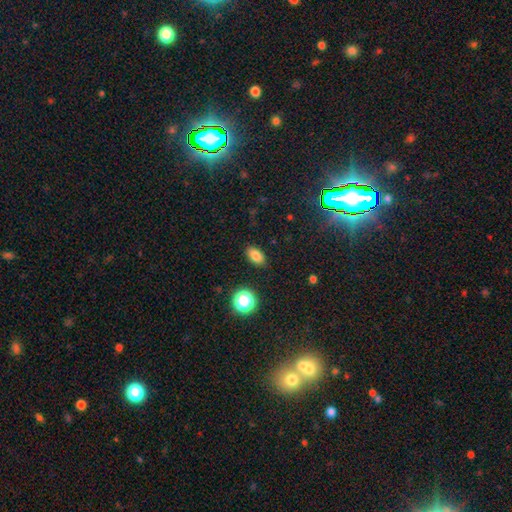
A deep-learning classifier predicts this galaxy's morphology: Q: Smooth or featured?
A: smooth (82%); runner-up: star or artifact (12%)
Q: How rounded?
A: in between (88%); runner-up: round (9%)
Q: Merging?
A: none (88%); runner-up: minor disturbance (8%)